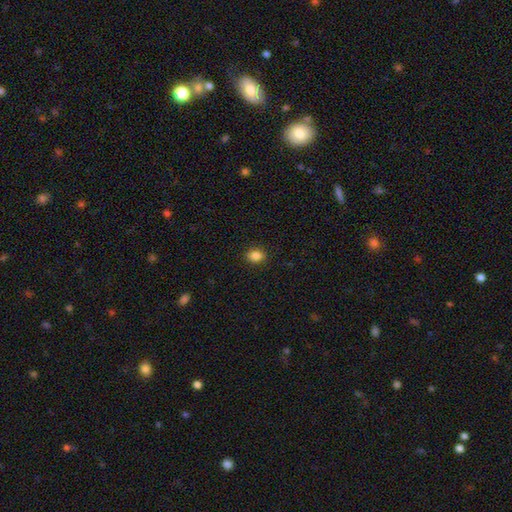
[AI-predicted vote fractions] Smooth or featured? smooth (85%)
How rounded? in between (58%)
Merging? none (90%)